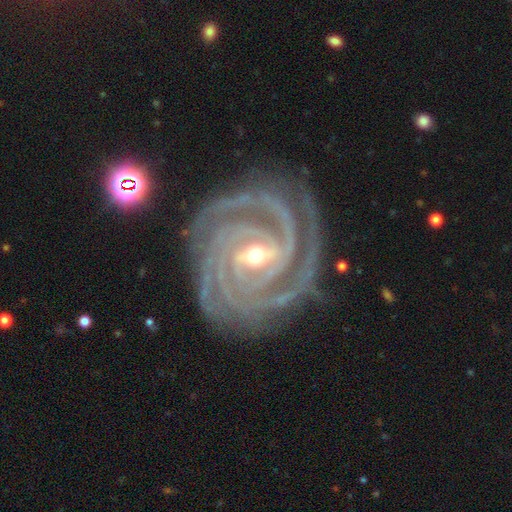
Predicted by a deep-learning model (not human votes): Smooth or featured? featured or disk (94%)
Edge-on disk? no (98%)
Bar? strong (46%)
Spiral arms? yes (99%)
Spiral winding? tight (78%)
Spiral arm count? 3 (29%)
Bulge size? small (52%)
Merging? none (78%)